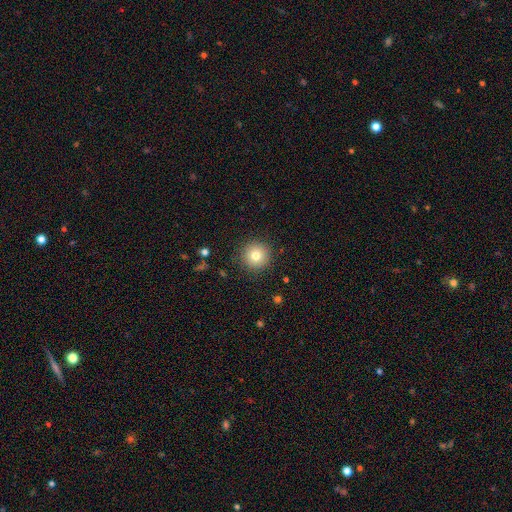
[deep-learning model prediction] This appears to be a smooth galaxy with no disk features (77%) that is round (96%). Merging: none (91%).